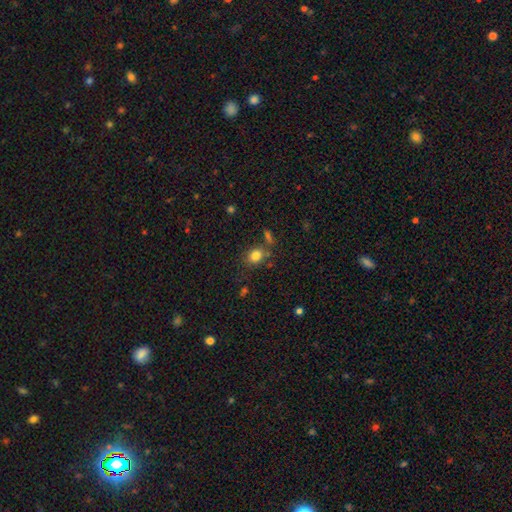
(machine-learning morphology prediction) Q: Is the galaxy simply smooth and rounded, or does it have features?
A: smooth — 82%.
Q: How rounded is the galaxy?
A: round — 51%.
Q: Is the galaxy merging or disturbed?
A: none — 71%.